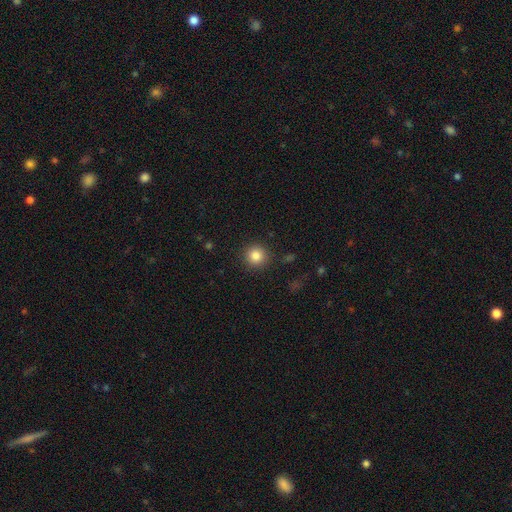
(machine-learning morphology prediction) This is clearly a smooth galaxy (83%). How rounded: clearly round (94%). Merging: clearly none (90%).